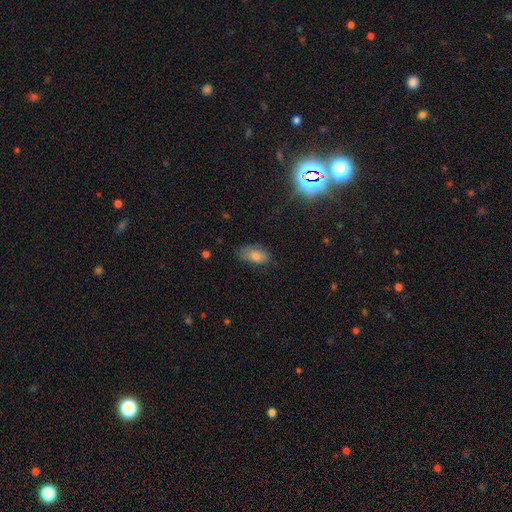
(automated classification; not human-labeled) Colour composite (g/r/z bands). It shows a smooth galaxy with no disk features (67%) that is in between round and cigar-shaped (90%). Merging: none (72%).